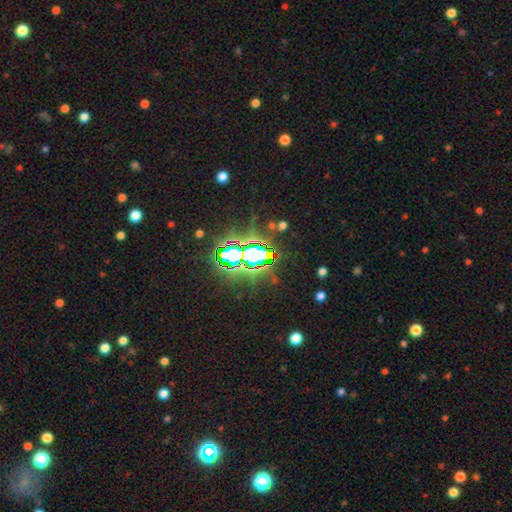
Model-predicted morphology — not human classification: Overall: star or artifact (80%).